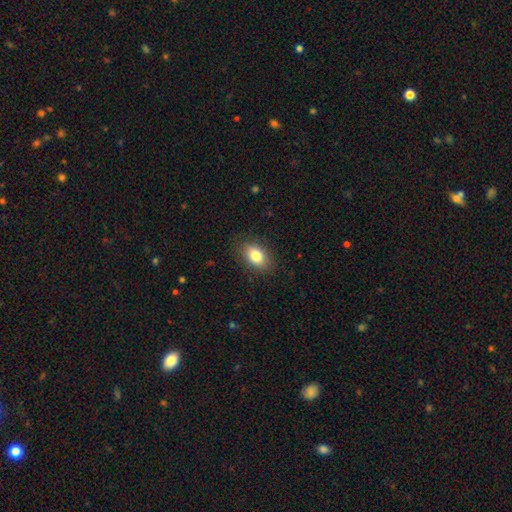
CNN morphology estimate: Smooth or featured? Predicted: smooth (p=0.82). How rounded? Predicted: in between (p=0.86). Merging? Predicted: none (p=0.87).